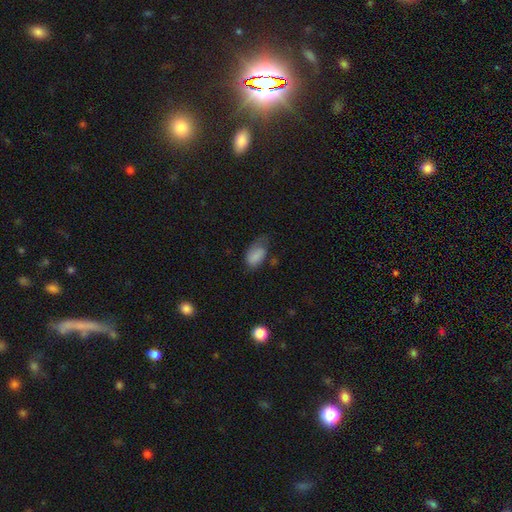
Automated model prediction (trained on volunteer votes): A smooth galaxy with no disk features (78%) that is in between round and cigar-shaped (91%). Merging: none (37%).